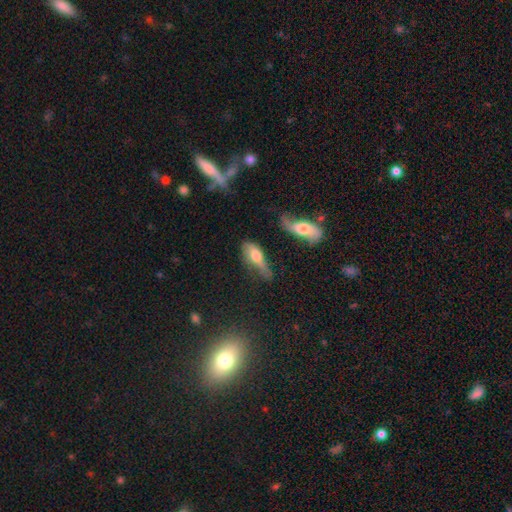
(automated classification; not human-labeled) Overall: smooth (57%; featured or disk 34%). How rounded: in between (61%; cigar-shaped 33%). Merging: minor disturbance (31%; none 30%).